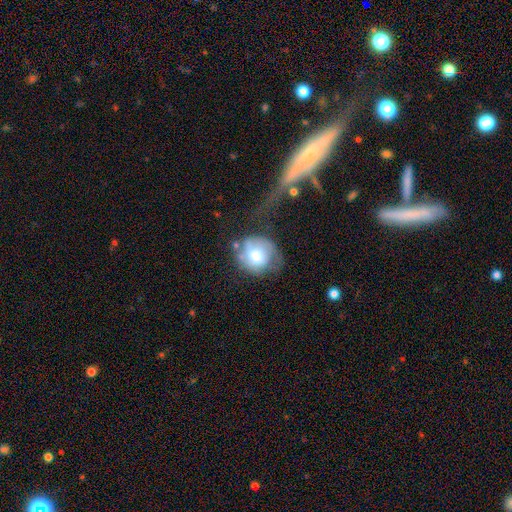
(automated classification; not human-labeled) Smooth or featured?
  - smooth: 59% *
  - featured or disk: 33%
  - star or artifact: 8%
How rounded?
  - round: 77% *
  - in between: 22%
  - cigar-shaped: 1%
Merging?
  - none: 35% *
  - major disturbance: 31%
  - minor disturbance: 25%
  - merger: 9%